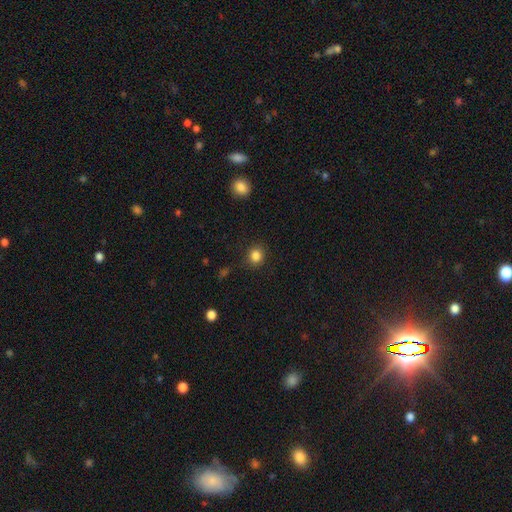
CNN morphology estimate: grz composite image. It shows a smooth galaxy with no disk features (85%) that is round (82%). Merging: none (86%).